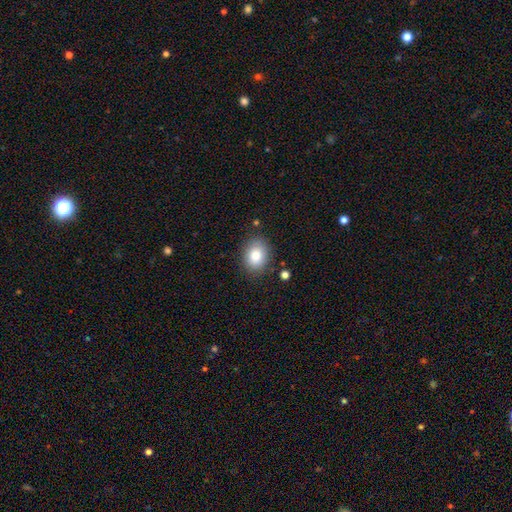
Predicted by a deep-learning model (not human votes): Smooth or featured: smooth — 81% (featured or disk — 10%)
How rounded: in between — 57% (round — 42%)
Merging: none — 84% (minor disturbance — 11%)